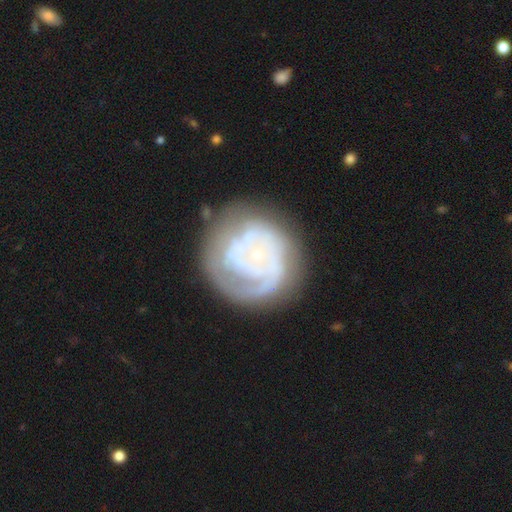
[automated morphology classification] Overall: featured or disk (71%). Edge-on disk: no (98%). Bar: no (81%). Spiral arms: yes (70%). Bulge size: small (73%). Merging: none (61%).